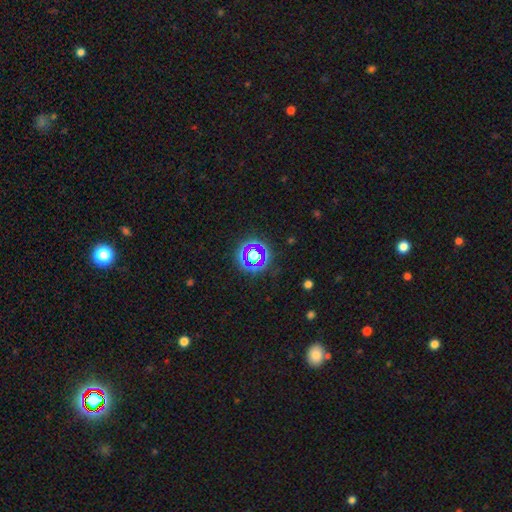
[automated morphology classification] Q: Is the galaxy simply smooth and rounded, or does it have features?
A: star or artifact — 57%.